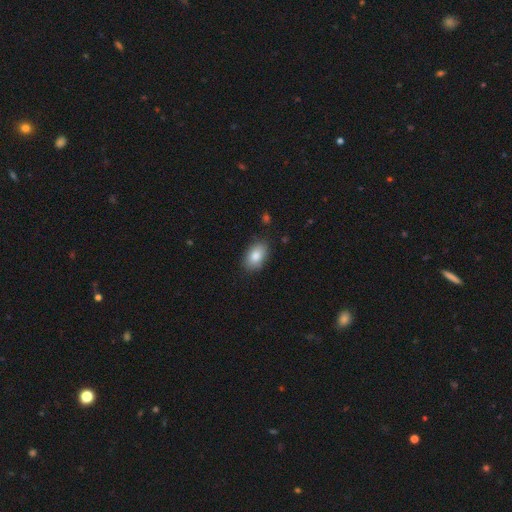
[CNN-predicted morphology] smooth_or_featured: smooth (p=0.84) [alt: featured or disk p=0.08]
how_rounded: in between (p=0.90) [alt: round p=0.09]
merging: none (p=0.84) [alt: minor disturbance p=0.12]